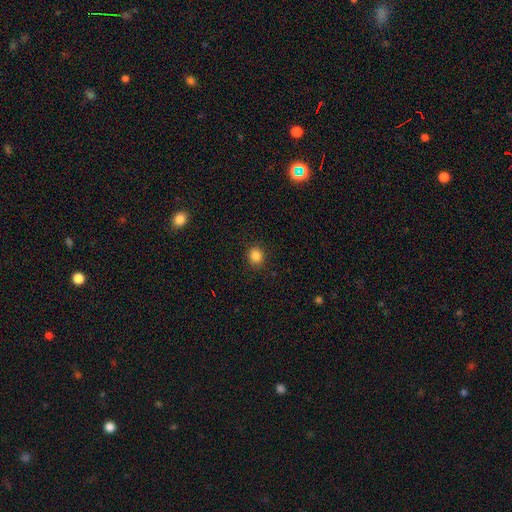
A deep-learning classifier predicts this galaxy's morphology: Smooth or featured: smooth — 85% (star or artifact — 11%)
How rounded: round — 80% (in between — 19%)
Merging: none — 89% (minor disturbance — 7%)